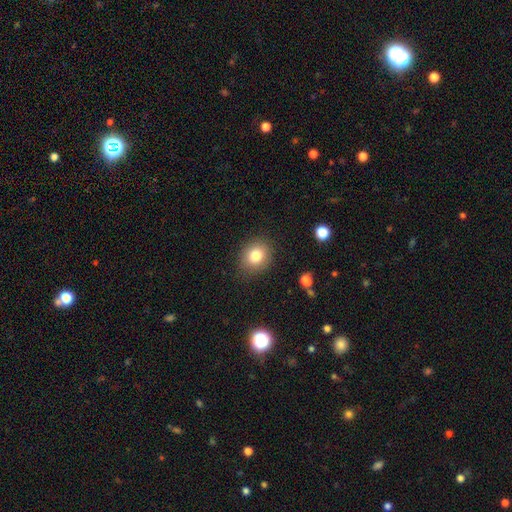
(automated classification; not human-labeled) A smooth galaxy with no disk features (81%) that is round (61%). Merging: none (85%).